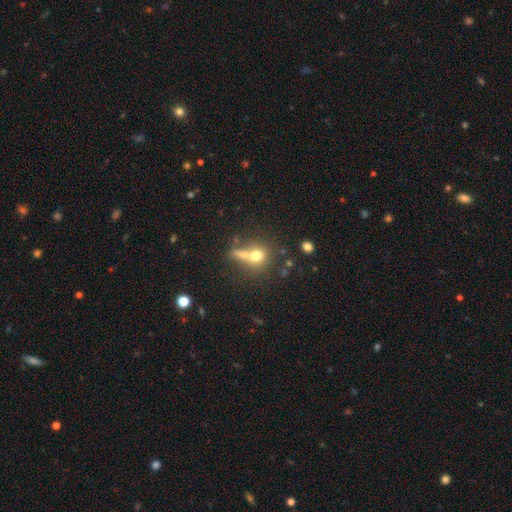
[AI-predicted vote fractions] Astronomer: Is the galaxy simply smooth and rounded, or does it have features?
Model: smooth — 69%.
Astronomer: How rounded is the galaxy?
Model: round — 73%.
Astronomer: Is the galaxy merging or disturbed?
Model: none — 41% (runner-up: merger, 40%).